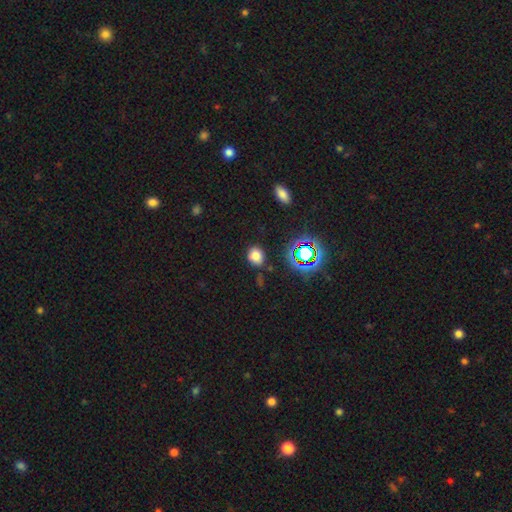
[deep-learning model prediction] The model was most divided on "how rounded": round: 60%, in between: 39%, cigar-shaped: 1%. More confident: merging — none (80%); smooth or featured — smooth (74%).